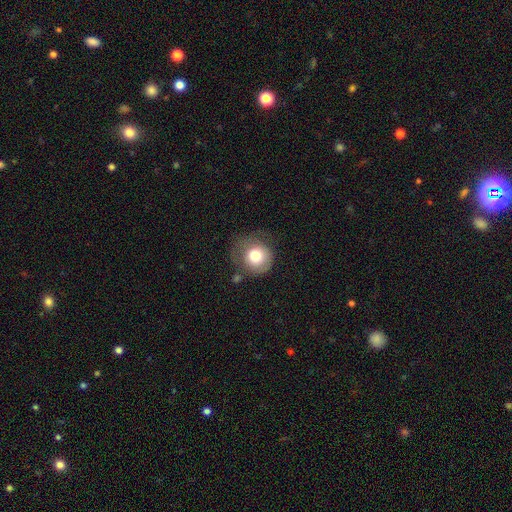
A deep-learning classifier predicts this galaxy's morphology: A smooth galaxy with no disk features (75%) that is round (89%). Merging: none (51%).